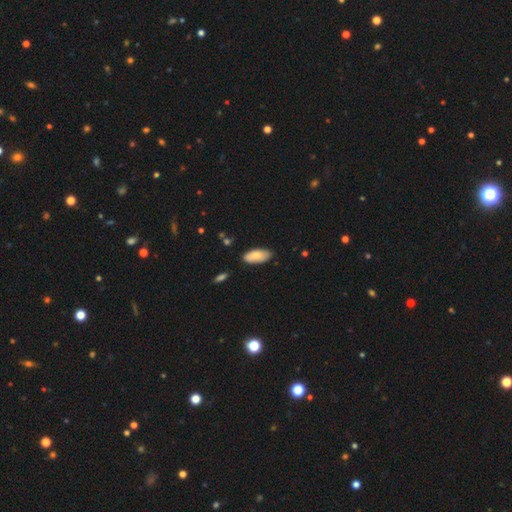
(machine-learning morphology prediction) Smooth or featured?
  - smooth: 77% *
  - featured or disk: 17%
  - star or artifact: 6%
How rounded?
  - in between: 89% *
  - cigar-shaped: 9%
  - round: 2%
Merging?
  - none: 83% *
  - minor disturbance: 13%
  - major disturbance: 2%
  - merger: 2%